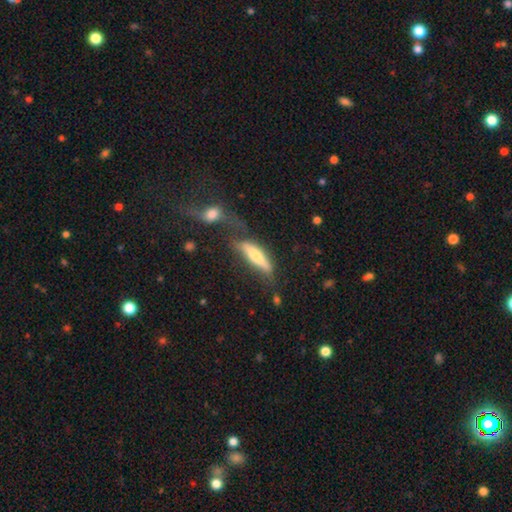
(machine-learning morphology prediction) Overall: smooth (51%; featured or disk 42%). How rounded: cigar-shaped (69%). Merging: none (32%; merger 29%).